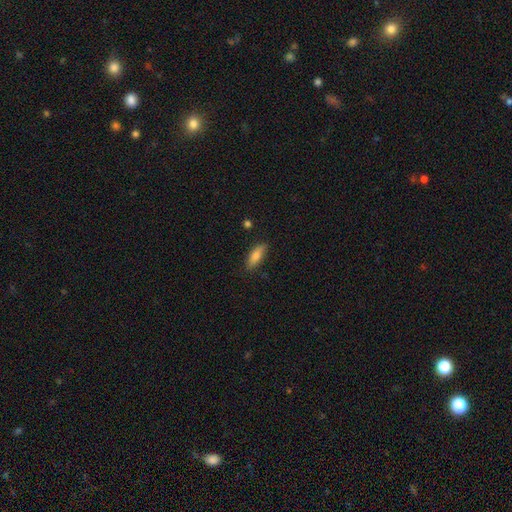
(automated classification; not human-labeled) The model was most divided on "how rounded": in between: 63%, cigar-shaped: 35%, round: 2%. More confident: merging — none (82%); smooth or featured — smooth (80%).